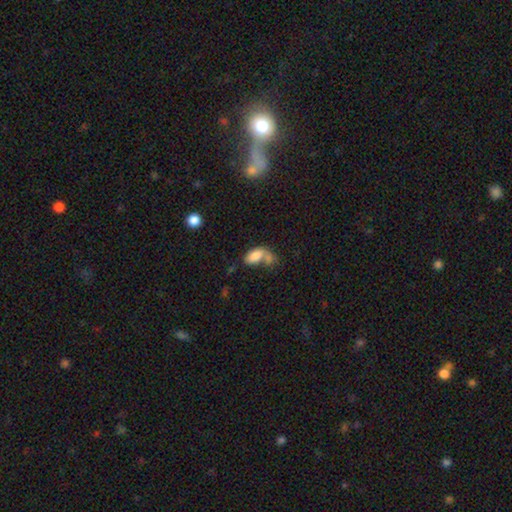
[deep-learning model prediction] Smooth or featured? Predicted: smooth (p=0.76). How rounded? Predicted: in between (p=0.90). Merging? Predicted: merger (p=0.48).